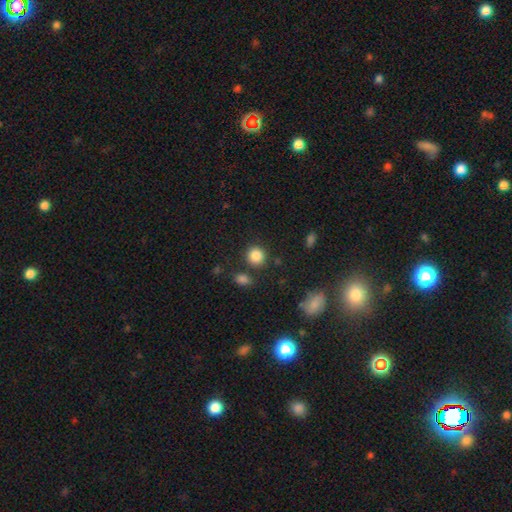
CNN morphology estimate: smooth-or-featured: smooth: 85% | star or artifact: 10% | featured or disk: 4%
  how-rounded: round: 88% | in between: 11% | cigar-shaped: 1%
  merging: none: 81% | minor disturbance: 8% | merger: 7% | major disturbance: 3%